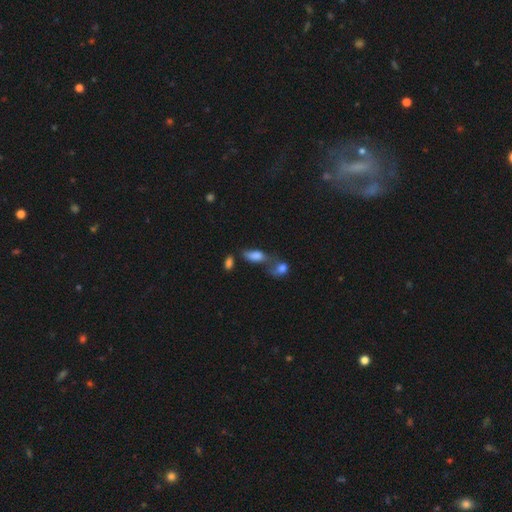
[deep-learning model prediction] This appears to be a smooth galaxy with no disk features (78%) that is in between round and cigar-shaped (85%). Merging: merger (41%).